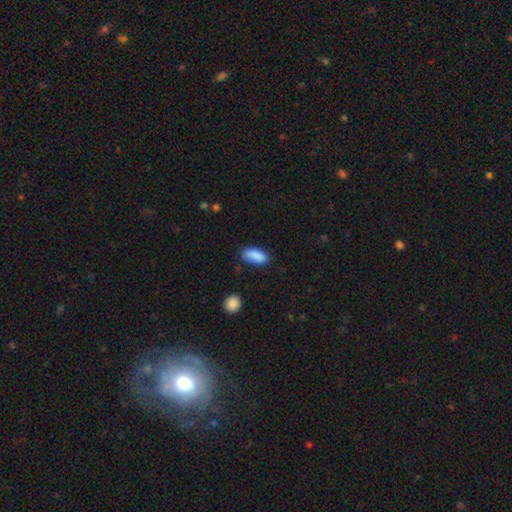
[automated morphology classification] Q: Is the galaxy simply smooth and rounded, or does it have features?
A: smooth — 88%.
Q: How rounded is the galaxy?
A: in between — 85%.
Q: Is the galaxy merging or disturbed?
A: none — 74%.